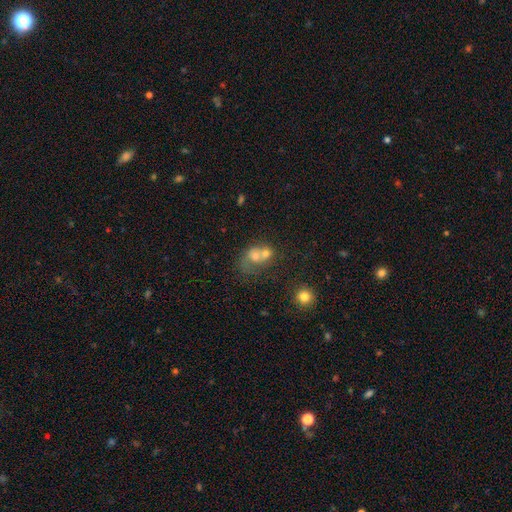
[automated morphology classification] A smooth galaxy with no disk features (56%) that is round (55%). Merging: merger (69%).